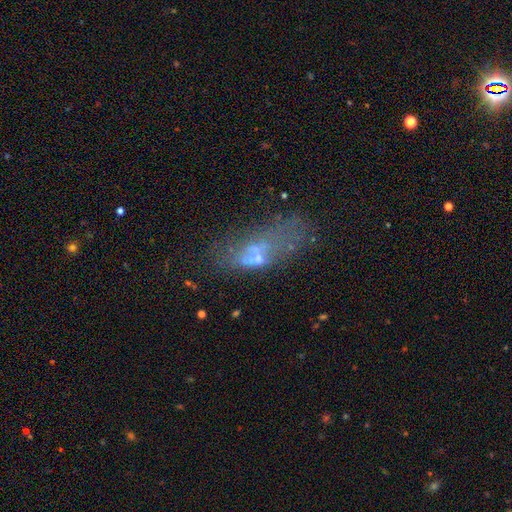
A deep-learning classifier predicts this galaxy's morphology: A featured or disk galaxy (49%). Merging: none (32%).